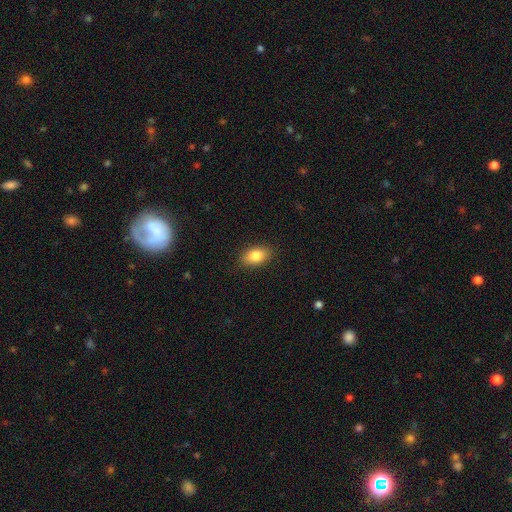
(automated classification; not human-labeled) smooth 84%, featured or disk 8%, star or artifact 8%. Down the decision tree: how rounded — in between (89%); merging — none (88%).